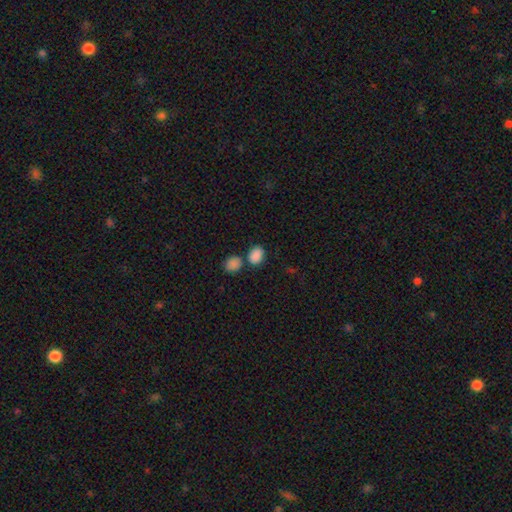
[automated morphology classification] Q: Smooth or featured?
A: smooth (86%); runner-up: star or artifact (10%)
Q: How rounded?
A: in between (70%); runner-up: round (29%)
Q: Merging?
A: none (59%); runner-up: merger (25%)